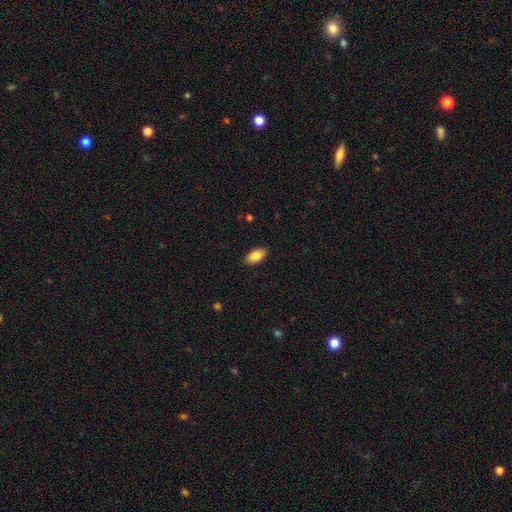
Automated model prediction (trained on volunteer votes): smooth 85%, featured or disk 8%, star or artifact 7%. Down the decision tree: how rounded — in between (93%); merging — none (88%).